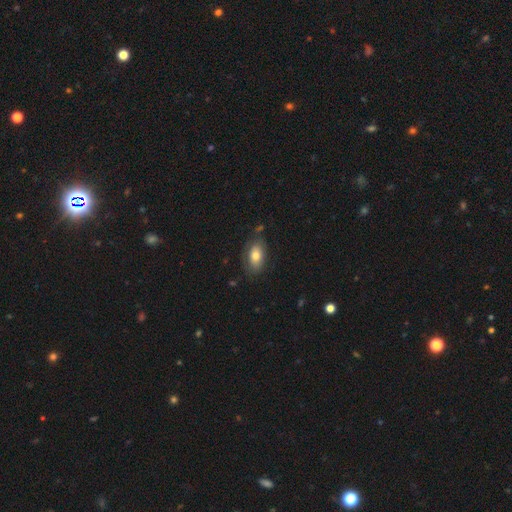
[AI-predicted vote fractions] smooth-or-featured: smooth: 75% | featured or disk: 18% | star or artifact: 7%
  how-rounded: in between: 90% | round: 7% | cigar-shaped: 3%
  merging: none: 73% | minor disturbance: 19% | major disturbance: 5% | merger: 3%